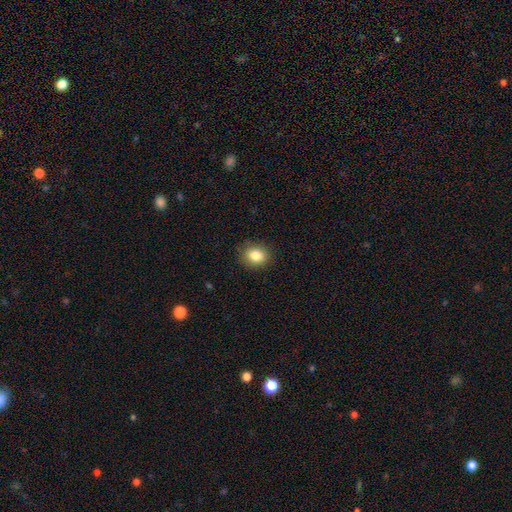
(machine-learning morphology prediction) smooth-or-featured: smooth: 84% | star or artifact: 10% | featured or disk: 6%
  how-rounded: round: 65% | in between: 34% | cigar-shaped: 1%
  merging: none: 87% | minor disturbance: 9% | major disturbance: 2% | merger: 1%